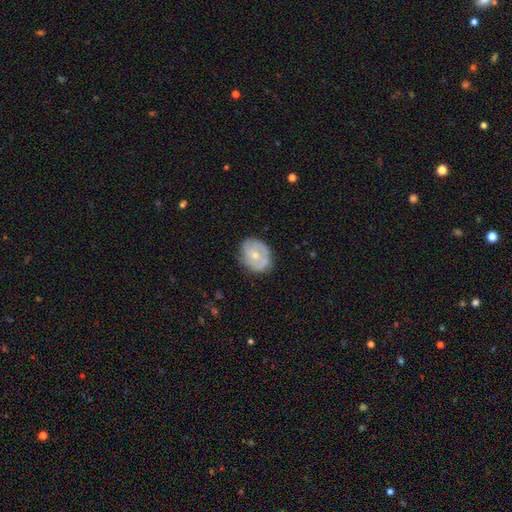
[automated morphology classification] A featured or disk galaxy (49%). Merging: none (70%).